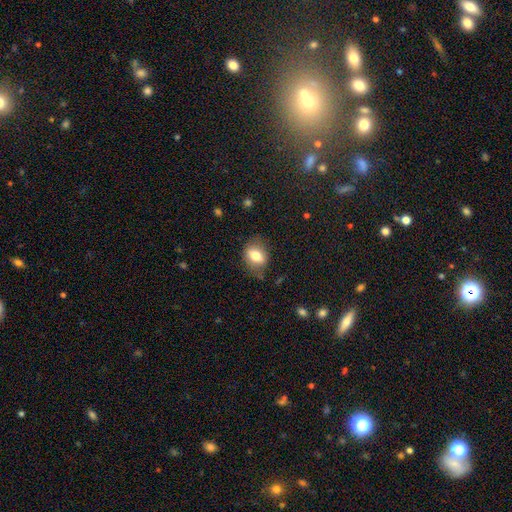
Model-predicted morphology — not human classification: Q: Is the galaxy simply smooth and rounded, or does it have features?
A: smooth — 75%.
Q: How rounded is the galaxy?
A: in between — 67%.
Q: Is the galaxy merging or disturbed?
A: none — 70%.